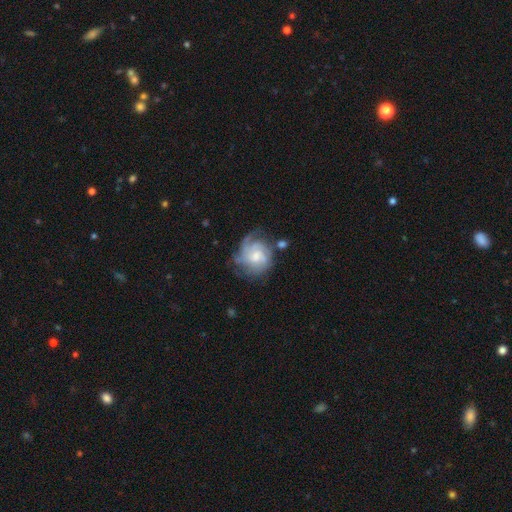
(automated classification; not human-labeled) This appears to be a featured or disk galaxy (75%) with no bar (63%), tight (52%) spiral arms (91%) and a moderate central bulge (51%). Merging: none (55%).